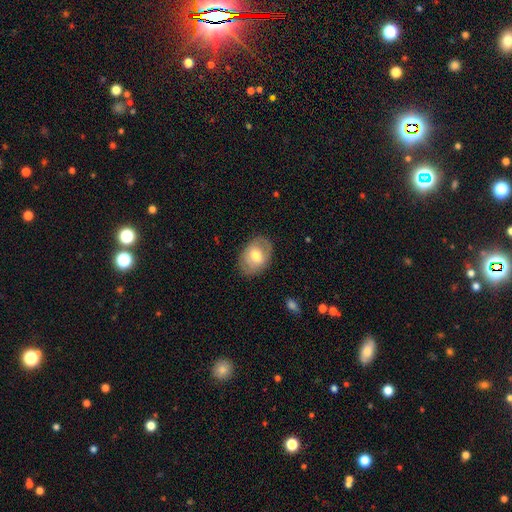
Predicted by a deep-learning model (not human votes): smooth 58%, featured or disk 36%, star or artifact 7%. Down the decision tree: how rounded — in between (76%); merging — none (78%).